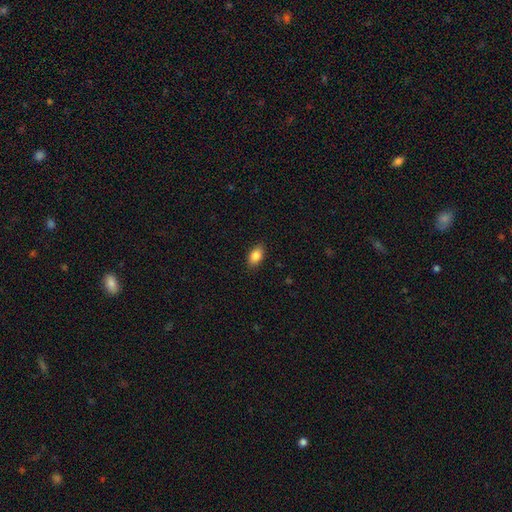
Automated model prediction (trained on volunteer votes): Smooth or featured?
  - smooth: 87% *
  - star or artifact: 8%
  - featured or disk: 5%
How rounded?
  - in between: 91% *
  - round: 7%
  - cigar-shaped: 2%
Merging?
  - none: 88% *
  - minor disturbance: 9%
  - major disturbance: 2%
  - merger: 1%